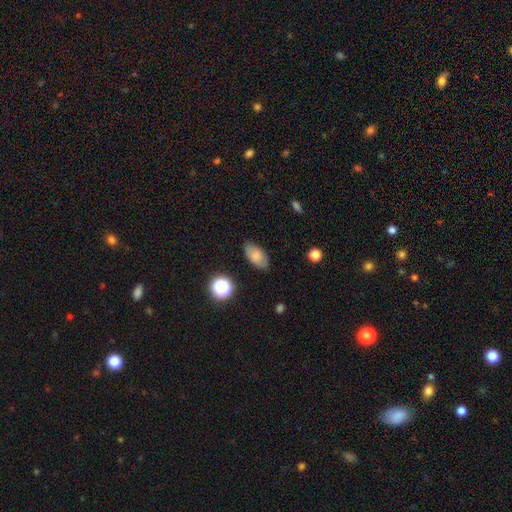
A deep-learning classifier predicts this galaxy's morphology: Smooth or featured? smooth (75%)
How rounded? in between (91%)
Merging? none (80%)